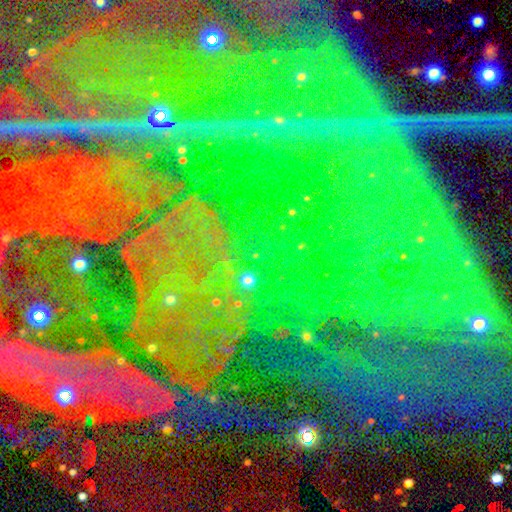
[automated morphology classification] A star or artifact, not a galaxy (82%).